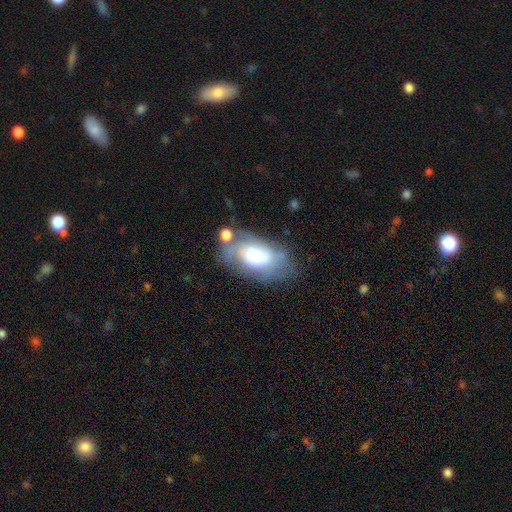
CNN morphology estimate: Smooth or featured: smooth — 47% (featured or disk — 45%)
Merging: none — 35% (minor disturbance — 26%)